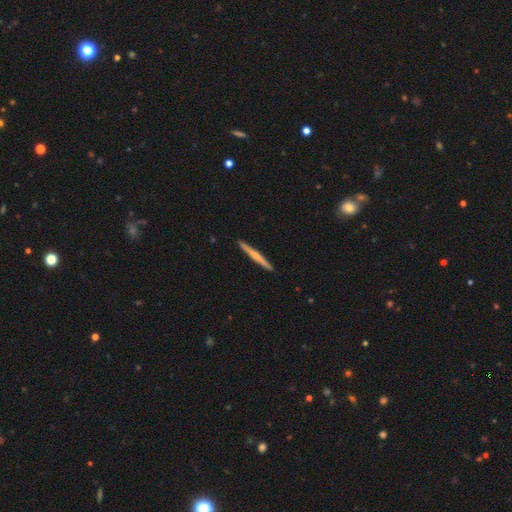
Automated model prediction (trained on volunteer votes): A featured or disk galaxy (48%). Merging: none (93%).